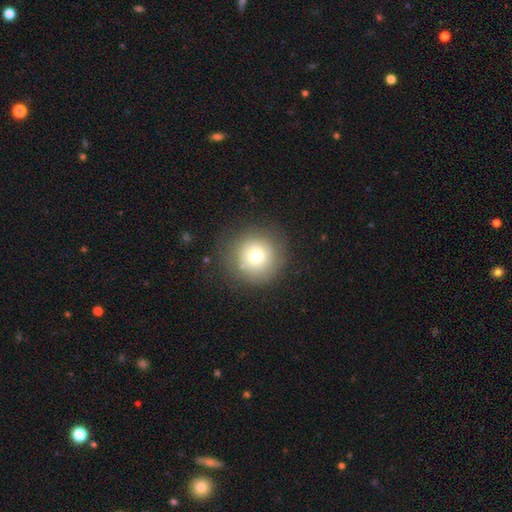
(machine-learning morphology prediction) A smooth galaxy with no disk features (73%) that is round (94%).

Vote fractions:
- Smooth or featured? smooth: 73% / featured or disk: 16% / star or artifact: 11%
- How rounded? round: 94% / in between: 5% / cigar-shaped: 1%
- Merging? none: 81% / minor disturbance: 12% / major disturbance: 5% / merger: 2%